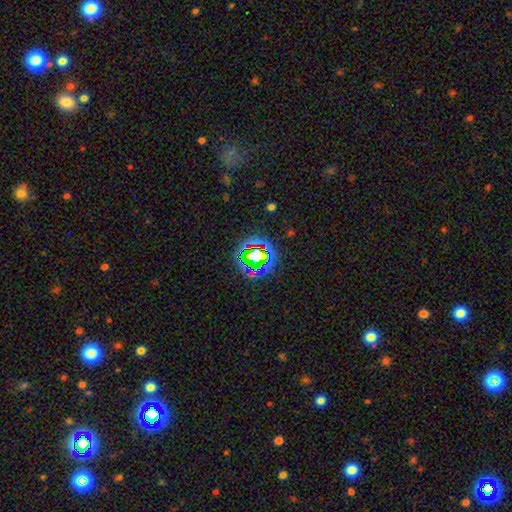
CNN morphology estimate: star or artifact 67%, smooth 20%, featured or disk 13%.